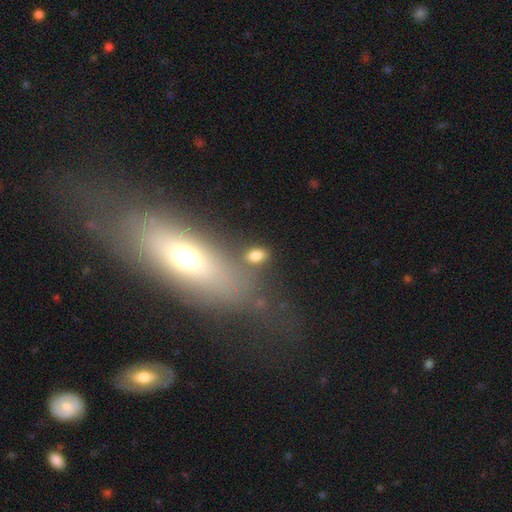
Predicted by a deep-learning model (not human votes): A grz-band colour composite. It shows a smooth galaxy with no disk features (79%) that is in between round and cigar-shaped (87%). Merging: none (75%).